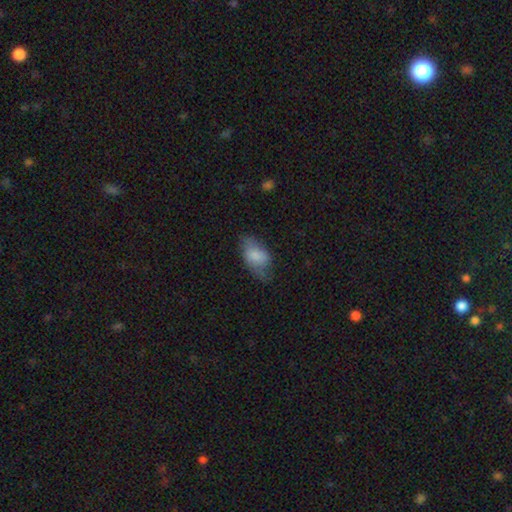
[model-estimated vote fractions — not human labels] This appears to be a smooth galaxy with no disk features (72%) that is in between round and cigar-shaped (92%). Merging: none (48%).